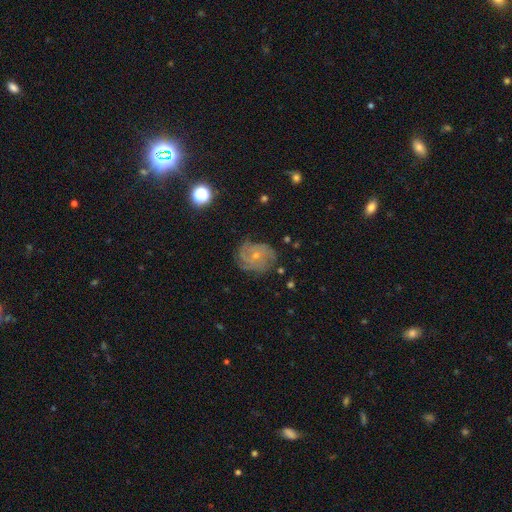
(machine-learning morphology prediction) The model was most divided on "spiral arm count": can't tell: 31%, 3: 27%, 2: 15%, 4: 14%, more than 4: 6%, 1: 6%. More confident: edge-on disk — no (98%); spiral arms — yes (91%); bar — no (79%); smooth or featured — featured or disk (75%); bulge size — small (73%); merging — none (69%); spiral winding — tight (58%).